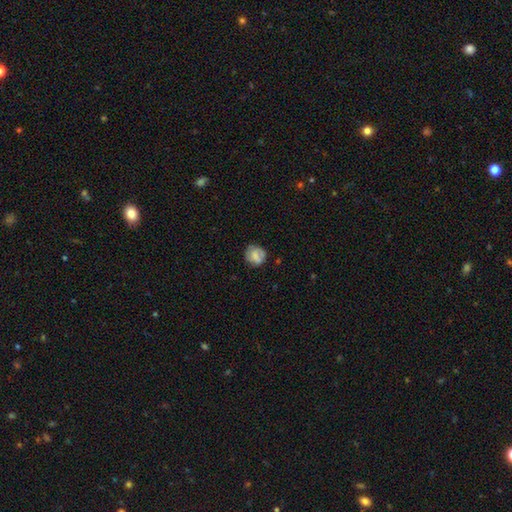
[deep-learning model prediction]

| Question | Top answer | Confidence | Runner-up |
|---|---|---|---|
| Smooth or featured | smooth | 66% | featured or disk (25%) |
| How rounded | round | 81% | in between (18%) |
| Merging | none | 70% | minor disturbance (21%) |